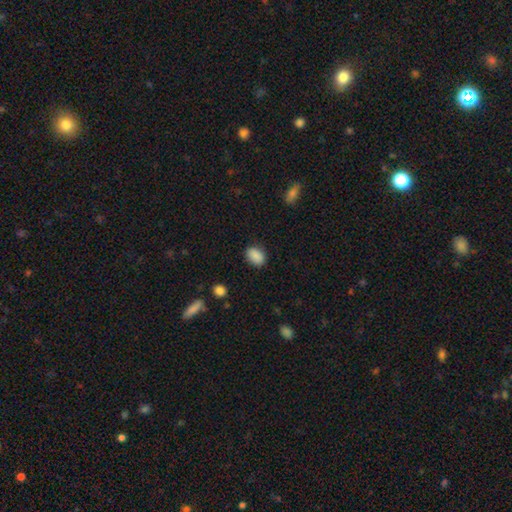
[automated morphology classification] The model was most divided on "how rounded": in between: 82%, round: 16%, cigar-shaped: 1%. More confident: smooth or featured — smooth (87%); merging — none (84%).